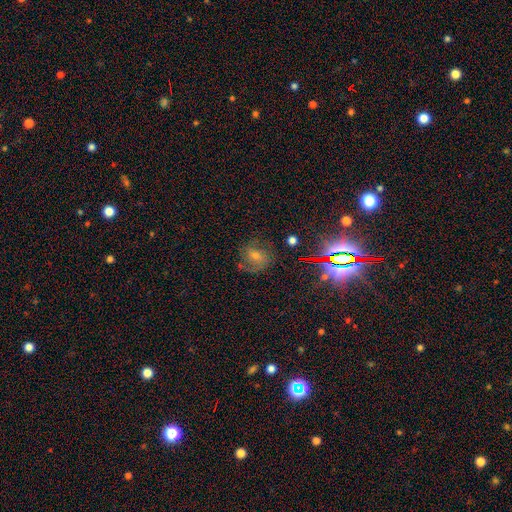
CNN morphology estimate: Q: Smooth or featured?
A: featured or disk (44%); runner-up: star or artifact (34%)
Q: Merging?
A: none (69%); runner-up: minor disturbance (17%)